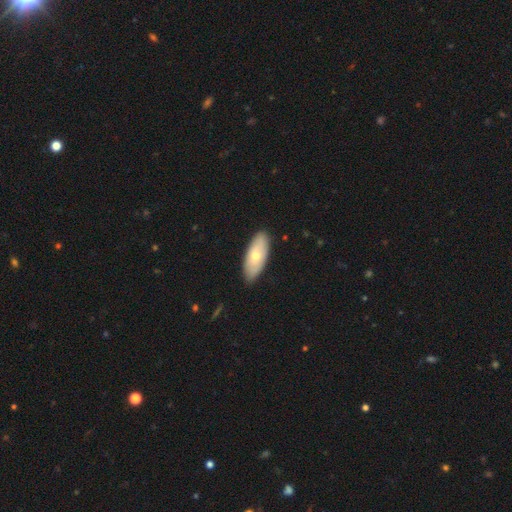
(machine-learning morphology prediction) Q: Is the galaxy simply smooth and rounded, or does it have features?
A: smooth — 60%.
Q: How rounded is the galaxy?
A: in between — 83%.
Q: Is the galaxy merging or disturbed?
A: none — 87%.